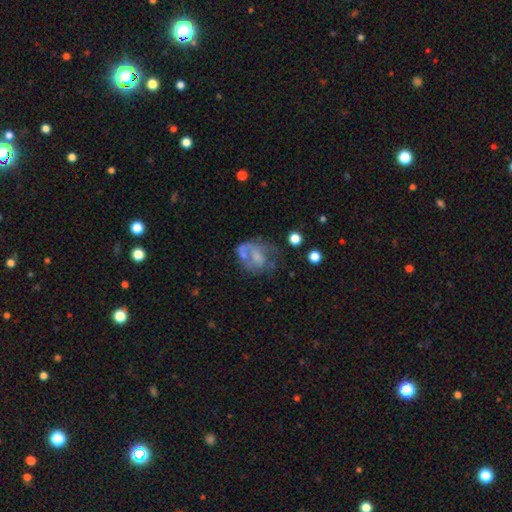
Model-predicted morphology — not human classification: A featured or disk galaxy (50%).

Vote fractions:
- Smooth or featured? featured or disk: 50% / smooth: 37% / star or artifact: 13%
- Edge-on disk? no: 97% / yes: 3%
- Merging? major disturbance: 35% / none: 29% / minor disturbance: 21% / merger: 15%